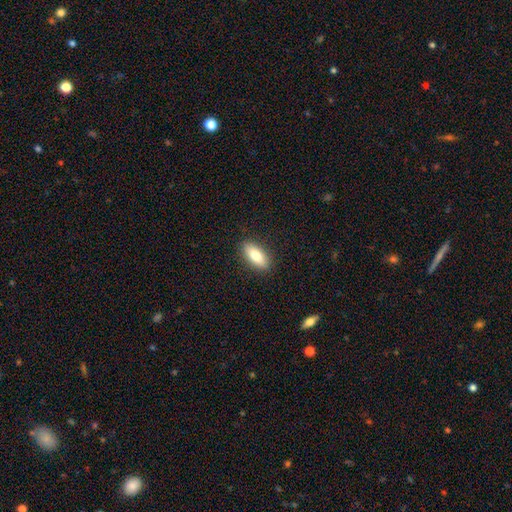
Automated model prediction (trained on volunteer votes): Smooth or featured: smooth — 81% (featured or disk — 12%)
How rounded: in between — 80% (cigar-shaped — 18%)
Merging: none — 89% (minor disturbance — 8%)